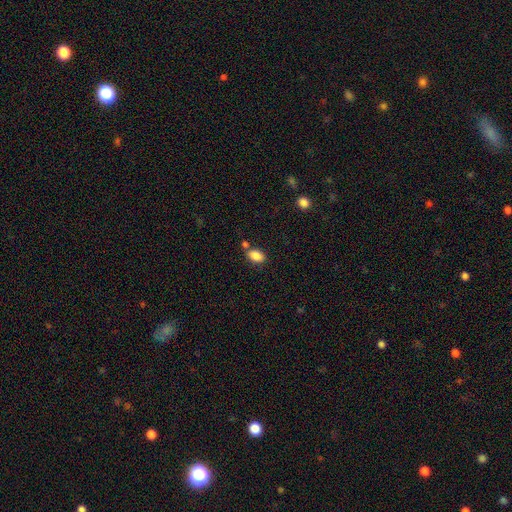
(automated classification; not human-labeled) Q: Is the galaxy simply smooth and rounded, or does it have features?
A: smooth — 86%.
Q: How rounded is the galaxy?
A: in between — 86%.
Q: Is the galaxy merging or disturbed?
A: none — 66%.